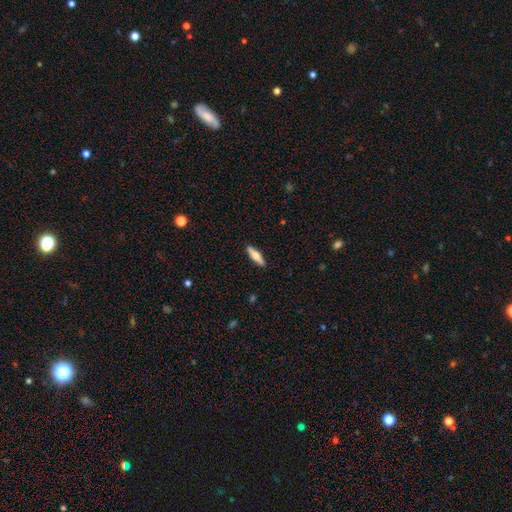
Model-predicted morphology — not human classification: smooth_or_featured: smooth (p=0.58) [alt: featured or disk p=0.36]
how_rounded: cigar-shaped (p=0.69) [alt: in between p=0.29]
merging: none (p=0.90) [alt: minor disturbance p=0.07]